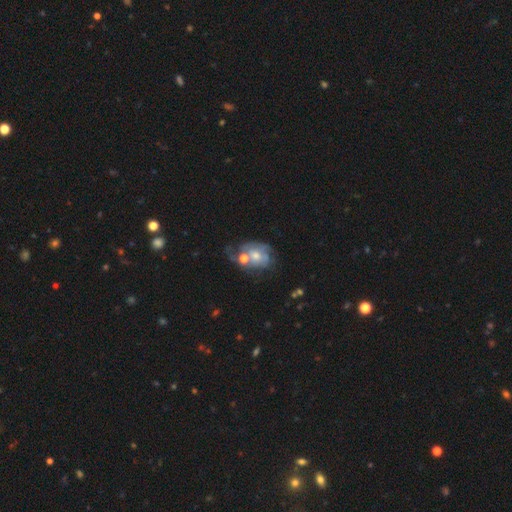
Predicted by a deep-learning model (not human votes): A featured or disk galaxy (62%) with no bar (79%), spiral arms (58%) and a moderate central bulge (57%).

Vote fractions:
- Smooth or featured? featured or disk: 62% / smooth: 29% / star or artifact: 9%
- Edge-on disk? no: 97% / yes: 3%
- Bar? no: 79% / weak: 17% / strong: 3%
- Spiral arms? yes: 58% / no: 42%
- Bulge size? moderate: 57% / small: 32% / large: 6% / none: 4% / dominant: 2%
- Merging? merger: 33% / none: 27% / major disturbance: 23% / minor disturbance: 18%